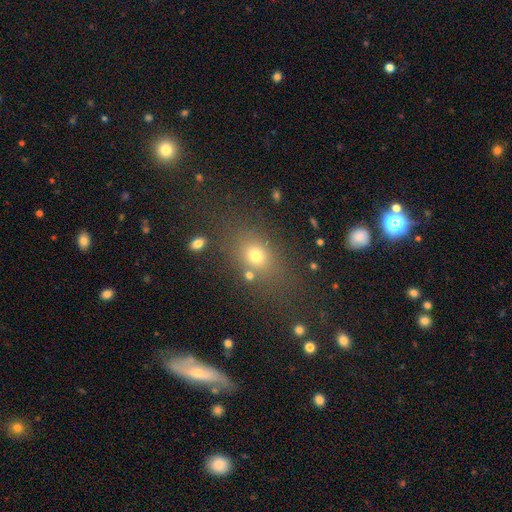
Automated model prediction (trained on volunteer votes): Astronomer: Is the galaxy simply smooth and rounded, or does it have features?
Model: smooth — 70%.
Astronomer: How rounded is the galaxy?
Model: in between — 57% (runner-up: round, 39%).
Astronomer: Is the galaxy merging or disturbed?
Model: none — 71%.